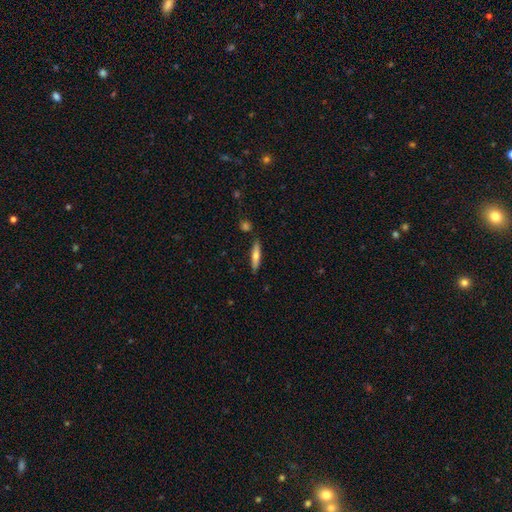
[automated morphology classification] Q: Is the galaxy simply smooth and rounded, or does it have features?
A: smooth — 59%.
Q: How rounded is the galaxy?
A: cigar-shaped — 83%.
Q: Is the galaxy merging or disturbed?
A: none — 85%.